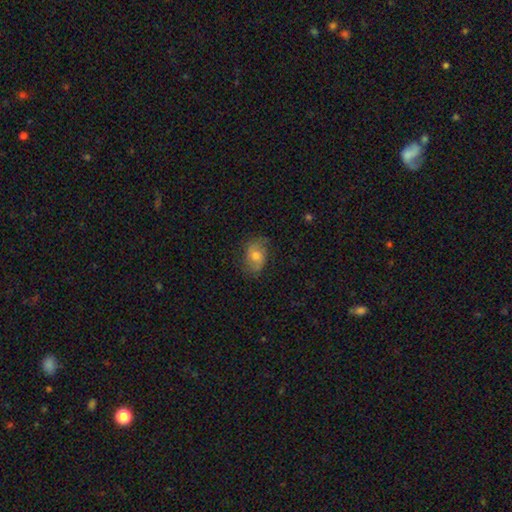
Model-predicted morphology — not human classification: The model was most divided on "smooth or featured": smooth: 59%, featured or disk: 31%, star or artifact: 10%. More confident: how rounded — in between (75%); merging — none (72%).